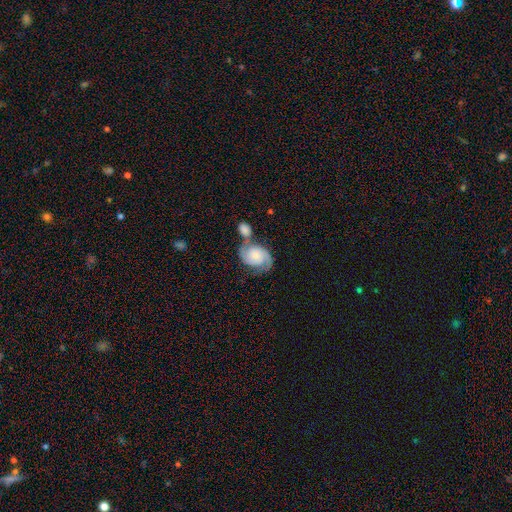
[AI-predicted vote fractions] Smooth or featured?
  - featured or disk: 77% *
  - smooth: 17%
  - star or artifact: 6%
Edge-on disk?
  - no: 98% *
  - yes: 2%
Bar?
  - no: 72% *
  - weak: 23%
  - strong: 5%
Spiral arms?
  - yes: 96% *
  - no: 4%
Spiral winding?
  - medium: 46% *
  - tight: 38%
  - loose: 16%
Spiral arm count?
  - 2: 89% *
  - can't tell: 5%
  - 3: 2%
  - 1: 2%
  - 4: 1%
  - more than 4: 1%
Bulge size?
  - small: 54% *
  - moderate: 33%
  - none: 6%
  - large: 6%
  - dominant: 2%
Merging?
  - merger: 43% *
  - none: 36%
  - minor disturbance: 14%
  - major disturbance: 8%